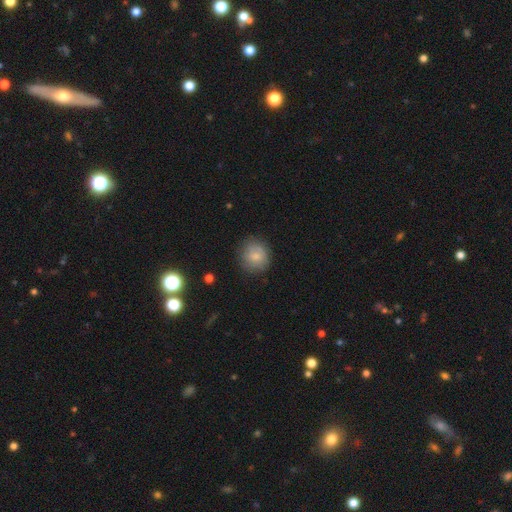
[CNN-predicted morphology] This appears to be a smooth galaxy with no disk features (78%) that is round (87%). Merging: none (79%).